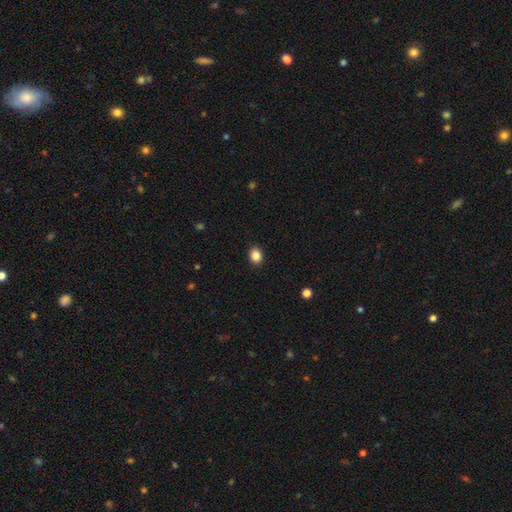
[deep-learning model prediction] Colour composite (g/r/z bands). It shows a smooth galaxy with no disk features (86%) that is in between round and cigar-shaped (50%). Merging: none (90%).